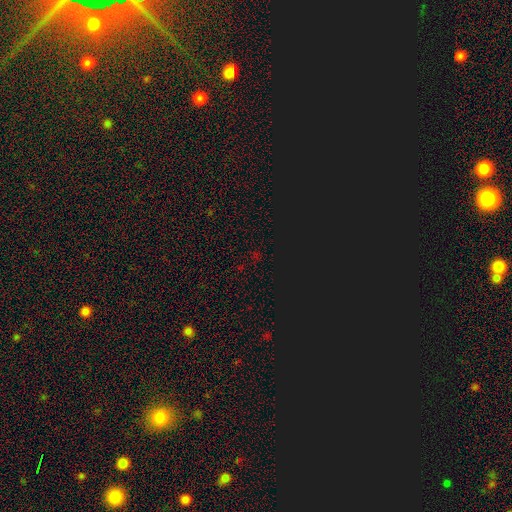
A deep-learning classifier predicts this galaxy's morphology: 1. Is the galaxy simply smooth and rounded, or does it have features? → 77% star or artifact, 16% smooth, 7% featured or disk.